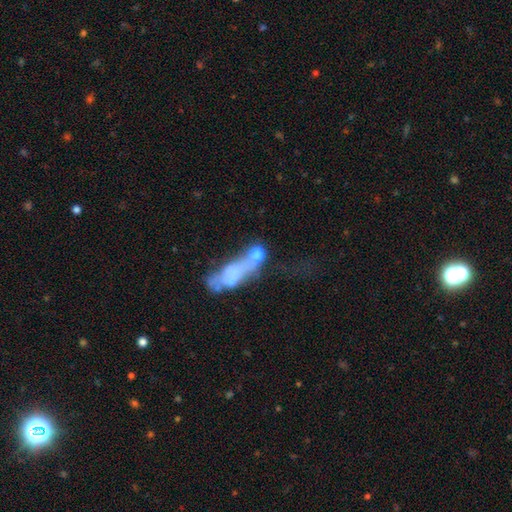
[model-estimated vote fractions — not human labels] Overall: smooth (55%; featured or disk 33%). How rounded: in between (57%; cigar-shaped 26%). Merging: merger (49%; major disturbance 23%).